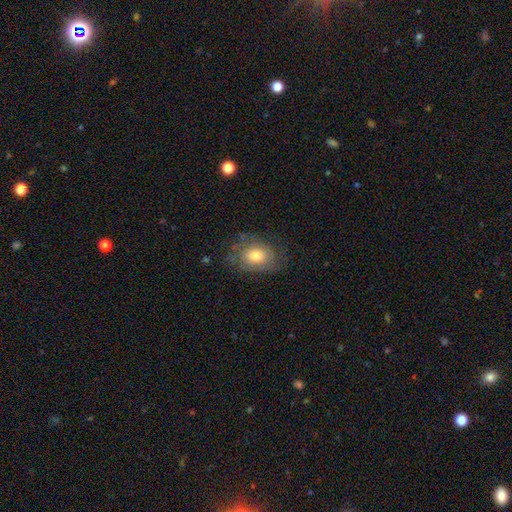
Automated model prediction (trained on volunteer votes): Morphology: type=smooth (53%); roundness=in between (70%); merging=none (66%).